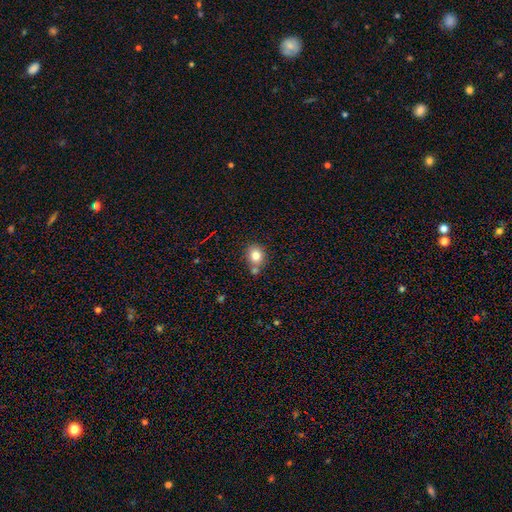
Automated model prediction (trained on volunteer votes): Smooth or featured? smooth (80%)
How rounded? round (69%)
Merging? none (59%)